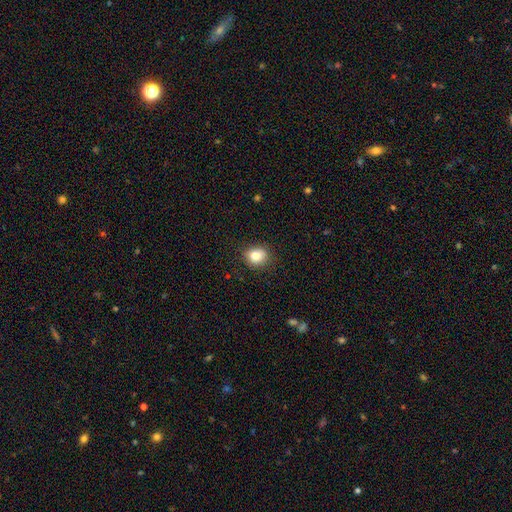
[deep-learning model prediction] This appears to be a smooth galaxy with no disk features (85%) that is round (61%). Merging: none (82%).